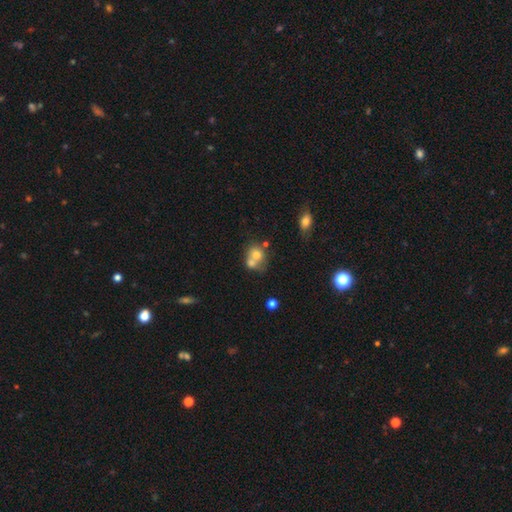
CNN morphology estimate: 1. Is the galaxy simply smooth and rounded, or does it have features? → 69% smooth, 20% featured or disk, 11% star or artifact.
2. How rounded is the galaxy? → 69% round, 30% in between, 1% cigar-shaped.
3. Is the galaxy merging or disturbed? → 60% merger, 28% none, 8% minor disturbance, 4% major disturbance.